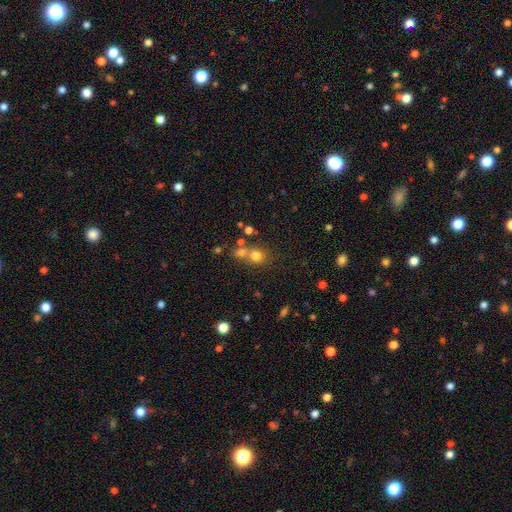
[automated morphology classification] smooth 72%, star or artifact 17%, featured or disk 11%. Down the decision tree: how rounded — round (79%); merging — none (47%).